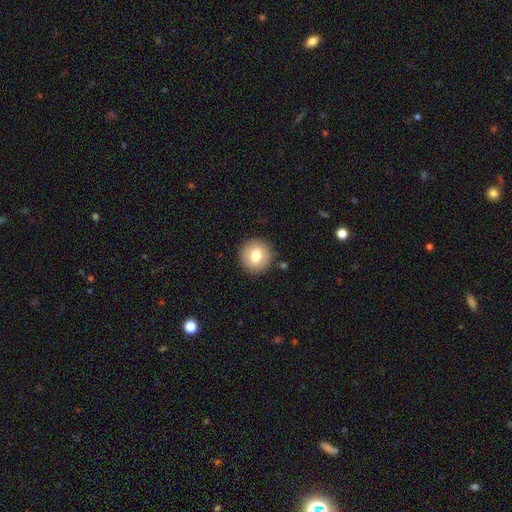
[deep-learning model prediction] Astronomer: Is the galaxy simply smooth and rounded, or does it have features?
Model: smooth — 76%.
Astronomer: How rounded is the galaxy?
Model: round — 94%.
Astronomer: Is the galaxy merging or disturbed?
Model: none — 90%.